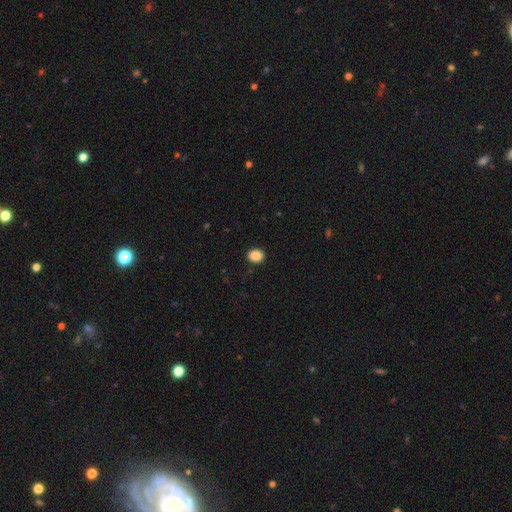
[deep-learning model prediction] smooth_or_featured: smooth (p=0.88) [alt: star or artifact p=0.09]
how_rounded: round (p=0.57) [alt: in between p=0.42]
merging: none (p=0.90) [alt: minor disturbance p=0.07]